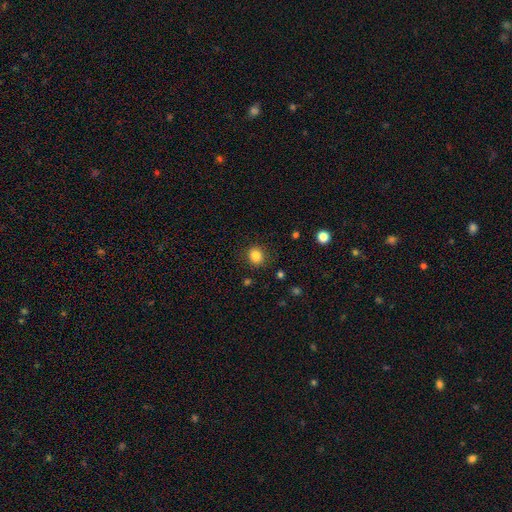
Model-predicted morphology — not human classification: Smooth or featured: smooth — 84% (star or artifact — 11%)
How rounded: round — 84% (in between — 15%)
Merging: none — 87% (minor disturbance — 8%)